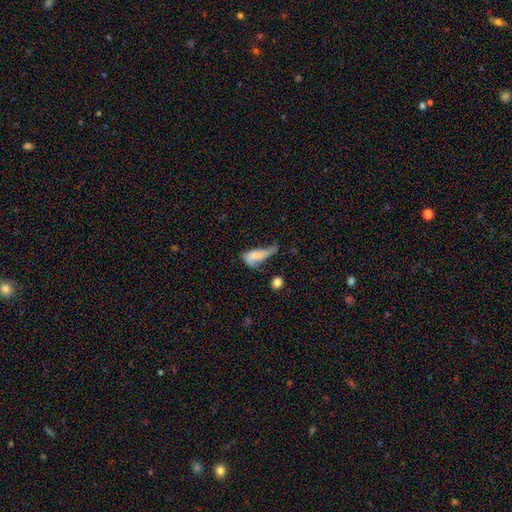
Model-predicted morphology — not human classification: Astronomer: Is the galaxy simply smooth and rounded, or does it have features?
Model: smooth — 62%.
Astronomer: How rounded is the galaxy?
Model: in between — 70%.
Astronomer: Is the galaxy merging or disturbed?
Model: major disturbance — 45% (runner-up: minor disturbance, 24%).